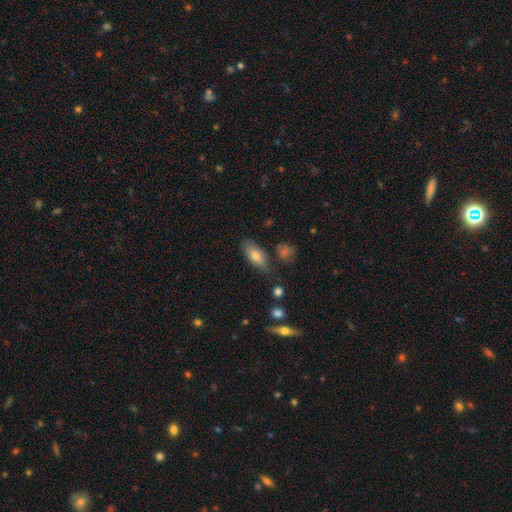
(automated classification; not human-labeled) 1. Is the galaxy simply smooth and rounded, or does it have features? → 73% smooth, 20% featured or disk, 7% star or artifact.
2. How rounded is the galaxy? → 77% in between, 20% cigar-shaped, 3% round.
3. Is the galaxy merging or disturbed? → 76% none, 16% minor disturbance, 5% merger, 4% major disturbance.